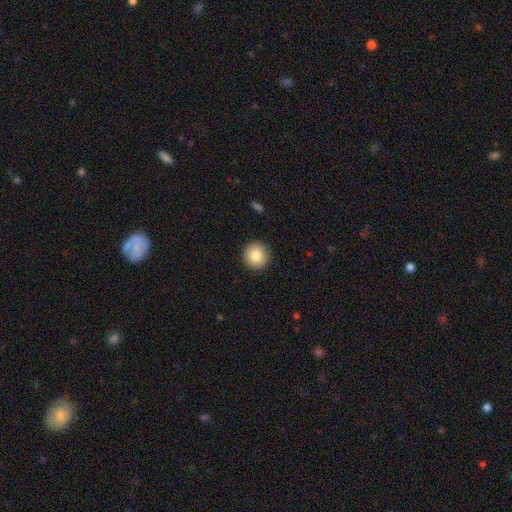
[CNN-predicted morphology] Smooth or featured?
  - smooth: 83% *
  - star or artifact: 8%
  - featured or disk: 8%
How rounded?
  - round: 94% *
  - in between: 5%
  - cigar-shaped: 1%
Merging?
  - none: 91% *
  - minor disturbance: 6%
  - major disturbance: 2%
  - merger: 1%